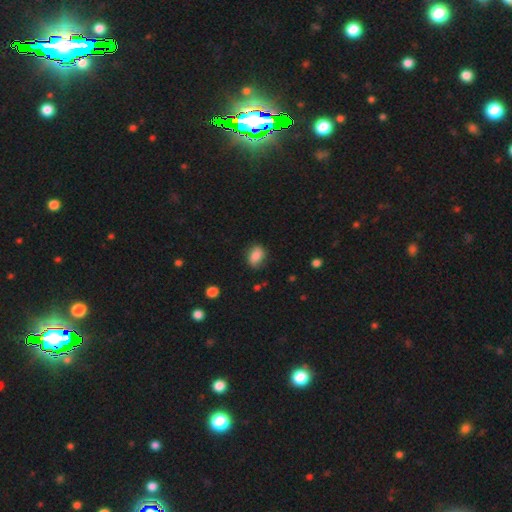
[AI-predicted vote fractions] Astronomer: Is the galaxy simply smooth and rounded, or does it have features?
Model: smooth — 80%.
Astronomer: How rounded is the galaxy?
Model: in between — 76%.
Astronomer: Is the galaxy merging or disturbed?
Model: none — 77%.